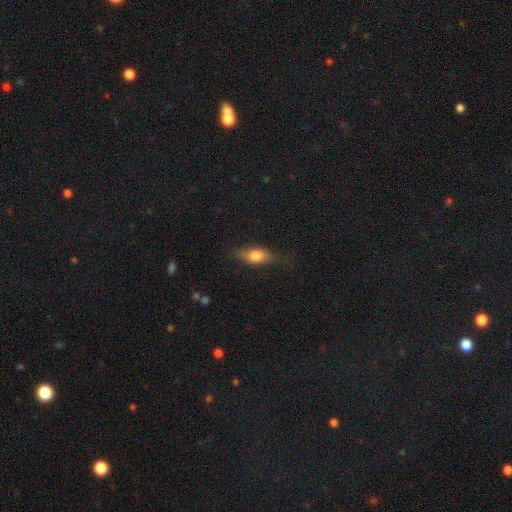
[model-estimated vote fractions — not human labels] Smooth or featured: smooth — 73% (featured or disk — 20%)
How rounded: in between — 76% (cigar-shaped — 18%)
Merging: none — 73% (minor disturbance — 20%)